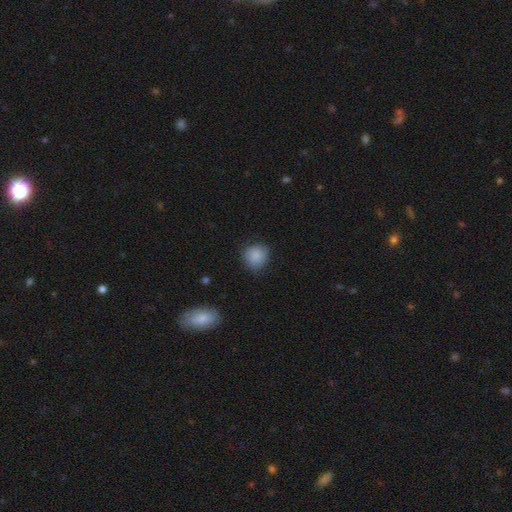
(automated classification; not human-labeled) smooth_or_featured: smooth (p=0.87) [alt: star or artifact p=0.08]
how_rounded: round (p=0.89) [alt: in between p=0.10]
merging: none (p=0.83) [alt: minor disturbance p=0.13]